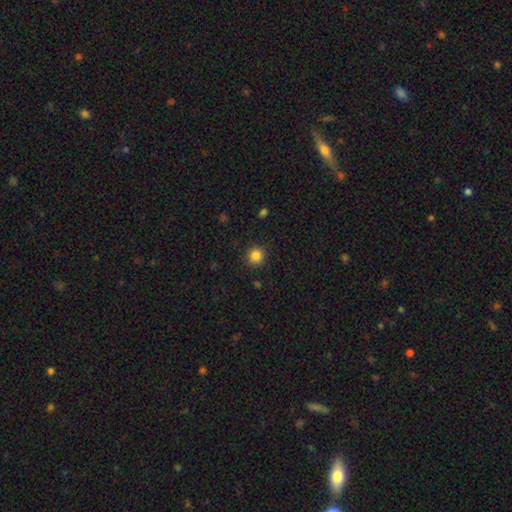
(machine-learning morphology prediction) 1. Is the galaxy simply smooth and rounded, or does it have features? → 84% smooth, 12% star or artifact, 4% featured or disk.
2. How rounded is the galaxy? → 94% round, 5% in between, 1% cigar-shaped.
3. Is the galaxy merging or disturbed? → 91% none, 6% minor disturbance, 2% major disturbance, 1% merger.